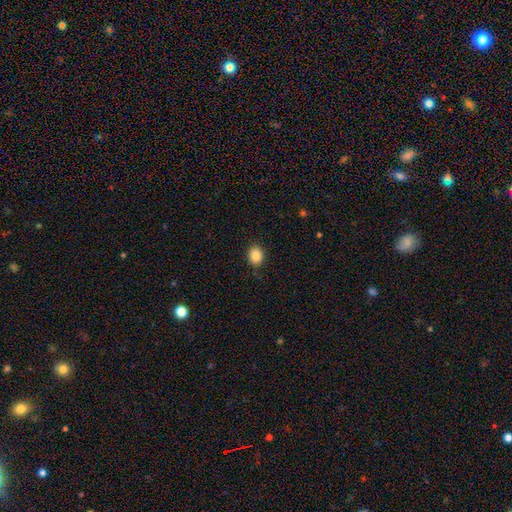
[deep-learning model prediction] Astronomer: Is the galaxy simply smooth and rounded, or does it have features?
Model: smooth — 87%.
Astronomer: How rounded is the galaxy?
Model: round — 52% (runner-up: in between, 47%).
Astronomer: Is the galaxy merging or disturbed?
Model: none — 86%.